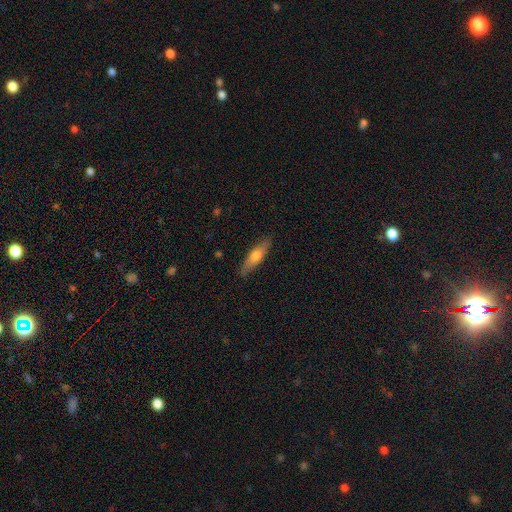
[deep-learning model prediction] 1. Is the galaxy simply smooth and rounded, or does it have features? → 59% smooth, 35% featured or disk, 6% star or artifact.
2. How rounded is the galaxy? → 67% cigar-shaped, 31% in between, 2% round.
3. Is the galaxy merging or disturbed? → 87% none, 10% minor disturbance, 2% major disturbance, 1% merger.